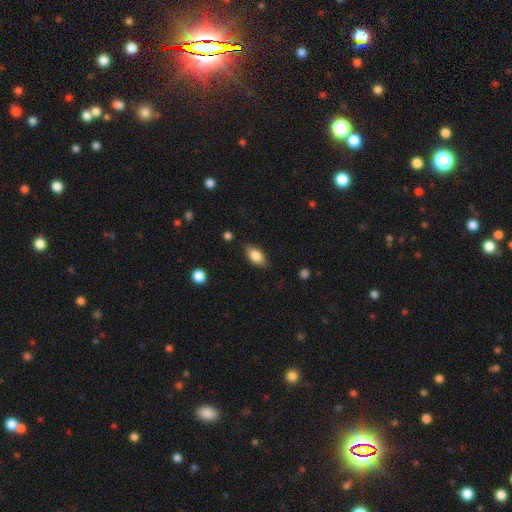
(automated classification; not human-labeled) This is clearly a smooth galaxy (83%). How rounded: clearly in between (90%). Merging: clearly none (83%).